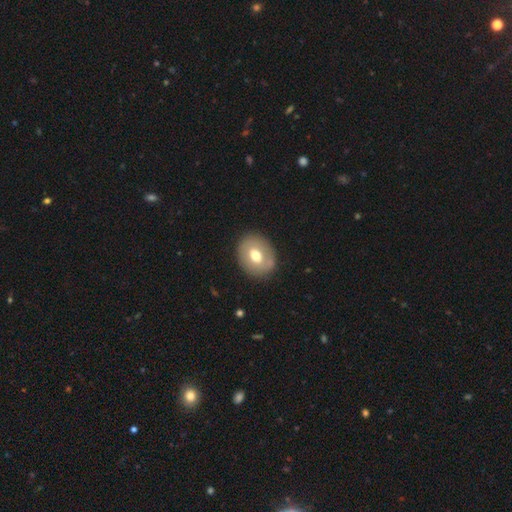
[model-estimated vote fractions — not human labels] Morphology: type=smooth (60%); roundness=in between (54%); merging=none (84%).